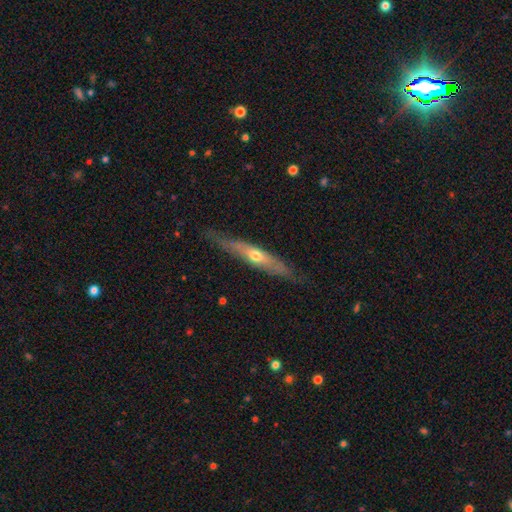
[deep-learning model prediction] Q: Smooth or featured?
A: featured or disk (60%); runner-up: smooth (34%)
Q: Edge-on disk?
A: yes (75%); runner-up: no (25%)
Q: Merging?
A: none (74%); runner-up: minor disturbance (19%)